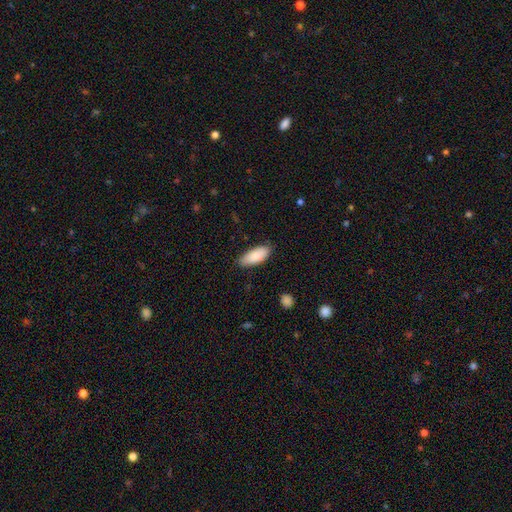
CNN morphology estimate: smooth 87%, featured or disk 7%, star or artifact 6%. Down the decision tree: how rounded — in between (83%); merging — none (80%).